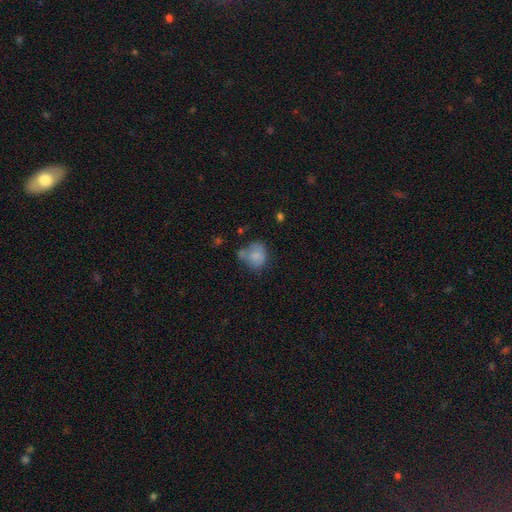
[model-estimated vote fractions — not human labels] This appears to be a smooth galaxy with no disk features (75%) that is round (63%). Merging: none (40%).